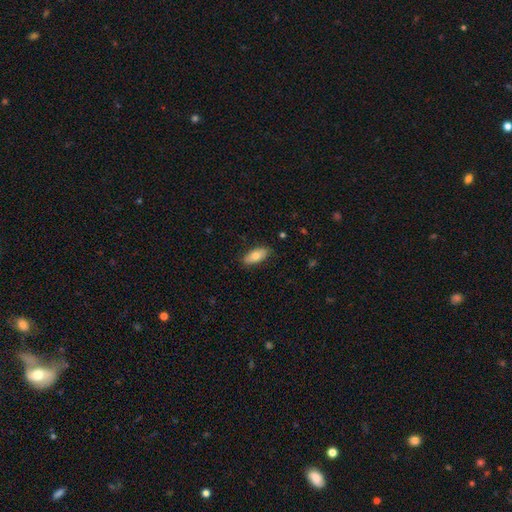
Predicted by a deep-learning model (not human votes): smooth 76%, featured or disk 17%, star or artifact 6%. Down the decision tree: how rounded — in between (85%); merging — none (84%).